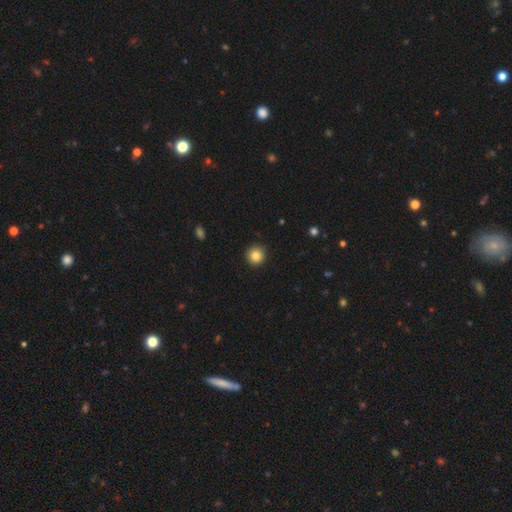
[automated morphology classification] smooth_or_featured: smooth (p=0.84) [alt: star or artifact p=0.10]
how_rounded: round (p=0.95) [alt: in between p=0.04]
merging: none (p=0.92) [alt: minor disturbance p=0.05]